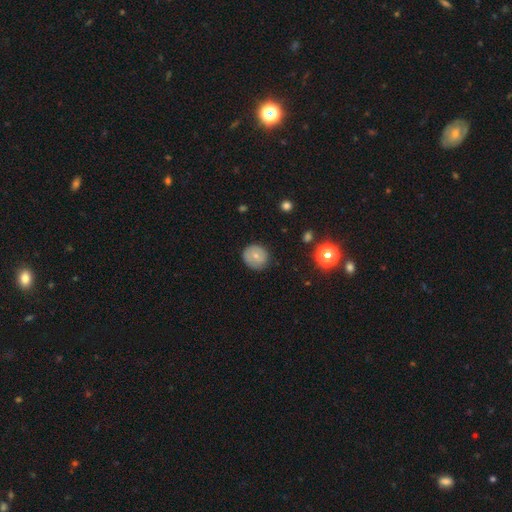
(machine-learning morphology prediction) smooth_or_featured: smooth (p=0.67) [alt: featured or disk p=0.24]
how_rounded: round (p=0.88) [alt: in between p=0.11]
merging: none (p=0.85) [alt: minor disturbance p=0.12]